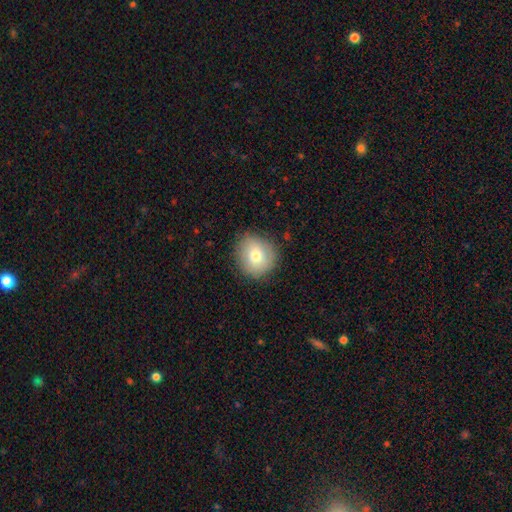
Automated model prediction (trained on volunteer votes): Smooth or featured?
  - smooth: 75% *
  - featured or disk: 16%
  - star or artifact: 9%
How rounded?
  - round: 86% *
  - in between: 13%
  - cigar-shaped: 1%
Merging?
  - none: 86% *
  - minor disturbance: 10%
  - major disturbance: 3%
  - merger: 1%